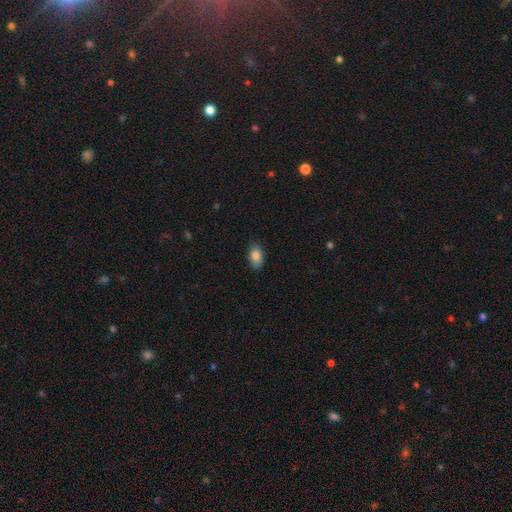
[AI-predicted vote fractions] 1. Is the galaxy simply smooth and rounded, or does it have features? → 84% smooth, 8% featured or disk, 8% star or artifact.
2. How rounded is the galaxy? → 90% in between, 8% round, 2% cigar-shaped.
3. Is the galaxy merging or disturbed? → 84% none, 13% minor disturbance, 2% major disturbance, 1% merger.